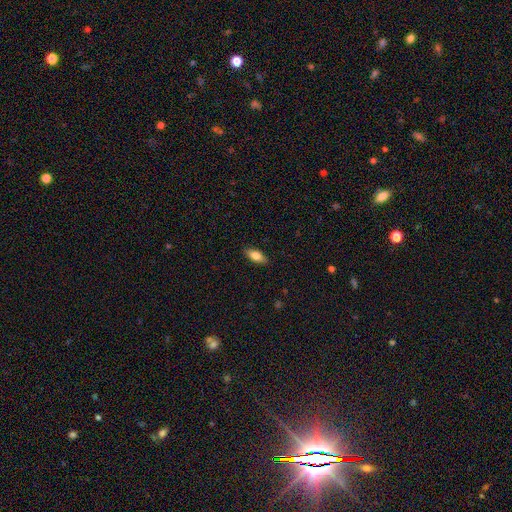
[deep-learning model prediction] Smooth or featured? Predicted: smooth (p=0.78). How rounded? Predicted: in between (p=0.81). Merging? Predicted: none (p=0.88).